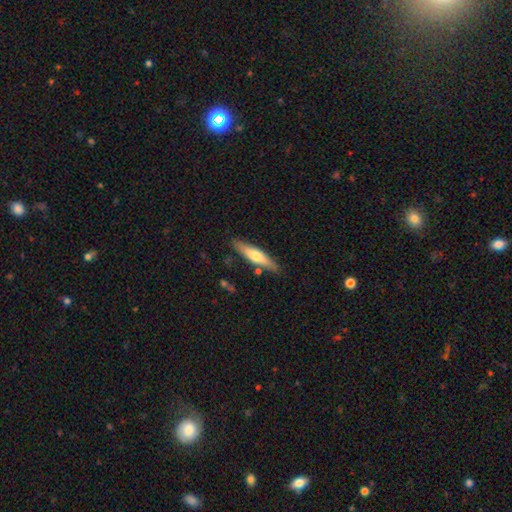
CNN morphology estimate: This appears to be a smooth galaxy with no disk features (54%) that is cigar-shaped (81%). Merging: none (84%).